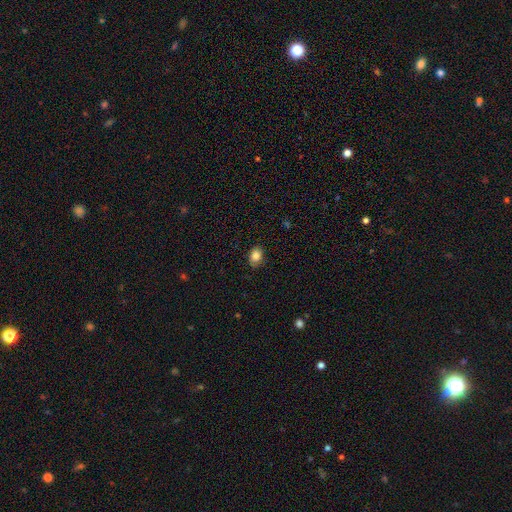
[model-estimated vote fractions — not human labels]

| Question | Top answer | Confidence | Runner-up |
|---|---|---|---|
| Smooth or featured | smooth | 85% | star or artifact (9%) |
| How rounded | in between | 72% | round (27%) |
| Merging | none | 81% | minor disturbance (15%) |